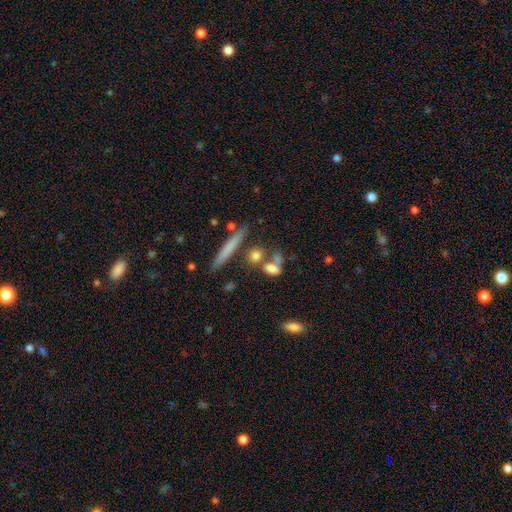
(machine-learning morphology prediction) This appears to be a smooth galaxy with no disk features (71%) that is cigar-shaped (37%). Merging: none (60%).